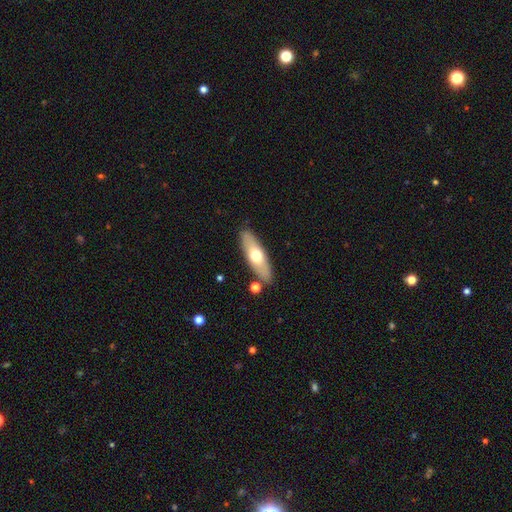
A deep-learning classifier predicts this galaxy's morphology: Smooth or featured: smooth — 57% (featured or disk — 38%)
How rounded: cigar-shaped — 49% (in between — 48%)
Merging: none — 84% (minor disturbance — 10%)